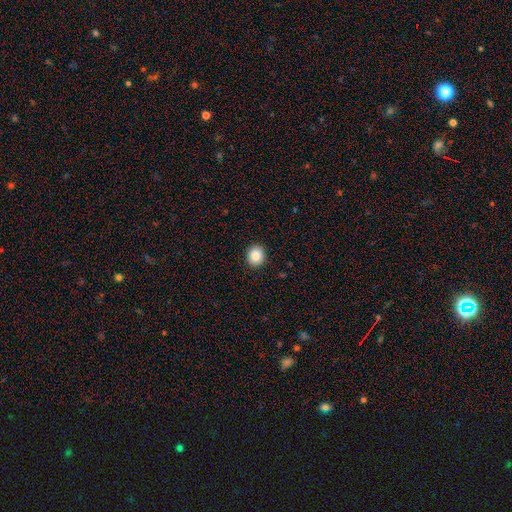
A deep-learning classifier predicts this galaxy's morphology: smooth_or_featured: smooth (p=0.86) [alt: star or artifact p=0.09]
how_rounded: round (p=0.78) [alt: in between p=0.21]
merging: none (p=0.92) [alt: minor disturbance p=0.06]